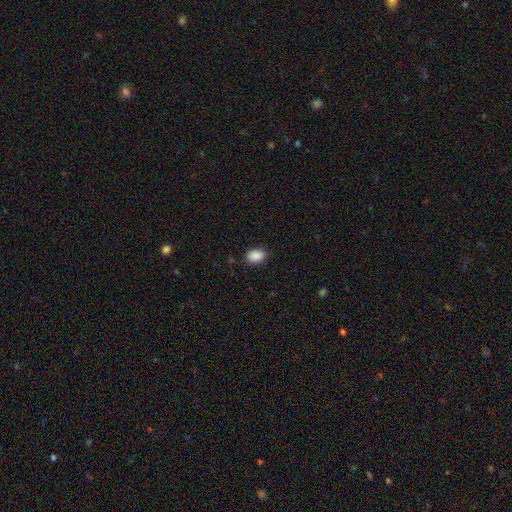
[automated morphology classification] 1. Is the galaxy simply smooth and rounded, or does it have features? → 89% smooth, 8% star or artifact, 3% featured or disk.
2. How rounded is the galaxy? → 75% in between, 24% round, 1% cigar-shaped.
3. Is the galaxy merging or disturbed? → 84% none, 13% minor disturbance, 3% major disturbance, 1% merger.